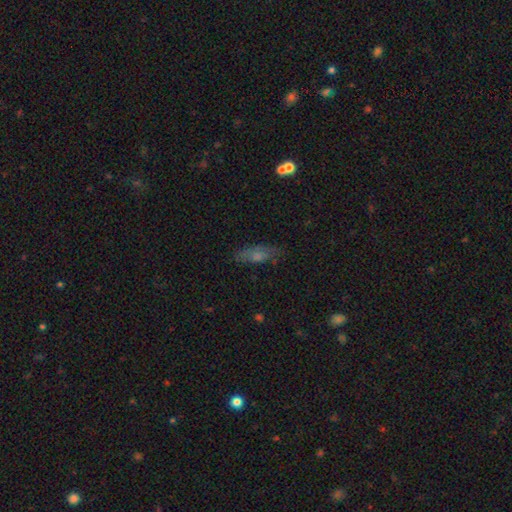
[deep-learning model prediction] Smooth or featured?
  - smooth: 55% *
  - featured or disk: 30%
  - star or artifact: 15%
How rounded?
  - in between: 56% *
  - cigar-shaped: 40%
  - round: 5%
Merging?
  - none: 78% *
  - minor disturbance: 15%
  - major disturbance: 4%
  - merger: 2%